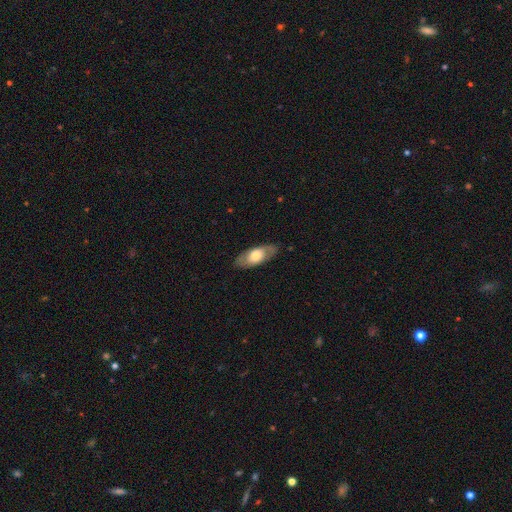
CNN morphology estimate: A smooth galaxy with no disk features (54%) that is in between round and cigar-shaped (82%). Merging: none (83%).